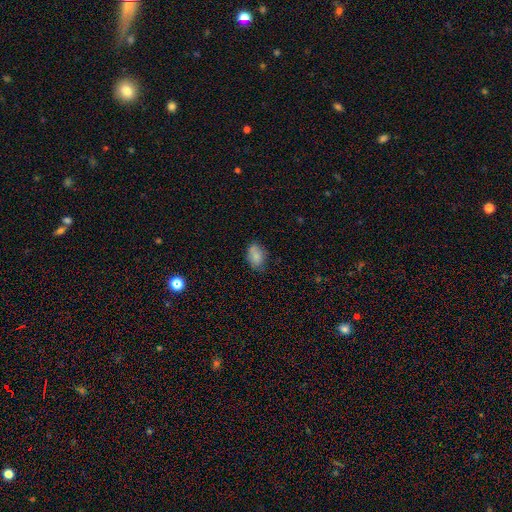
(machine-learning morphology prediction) smooth 82%, featured or disk 10%, star or artifact 9%. Down the decision tree: how rounded — in between (82%); merging — none (71%).